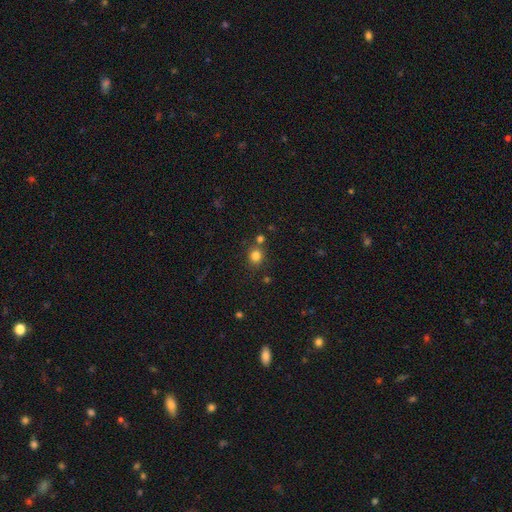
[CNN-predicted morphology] This appears to be a smooth galaxy with no disk features (81%) that is round (82%). Merging: none (74%).